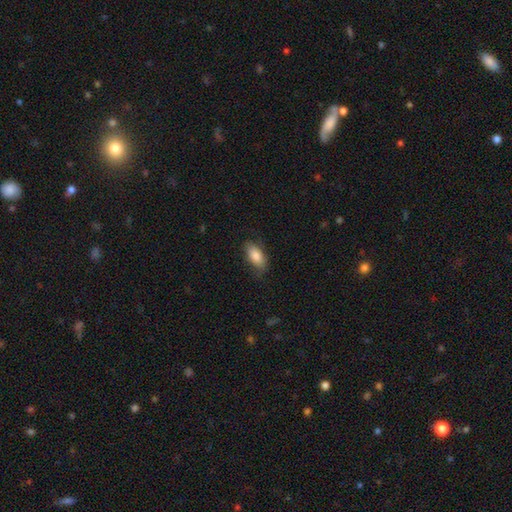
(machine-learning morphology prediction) Q: Smooth or featured?
A: smooth (83%); runner-up: featured or disk (10%)
Q: How rounded?
A: in between (90%); runner-up: cigar-shaped (7%)
Q: Merging?
A: none (72%); runner-up: minor disturbance (21%)